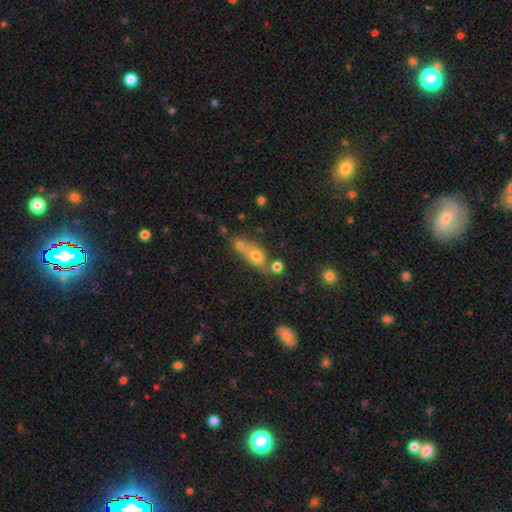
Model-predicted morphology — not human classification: Smooth or featured? smooth (65%)
How rounded? in between (57%)
Merging? none (40%, tied with merger)